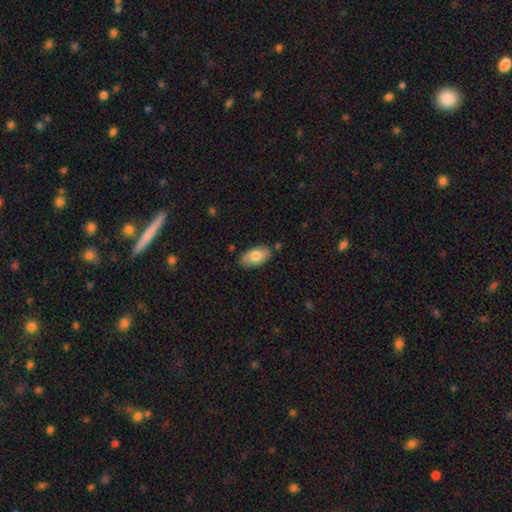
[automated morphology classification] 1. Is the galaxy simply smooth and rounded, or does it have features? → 77% smooth, 17% featured or disk, 6% star or artifact.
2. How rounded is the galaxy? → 94% in between, 4% round, 2% cigar-shaped.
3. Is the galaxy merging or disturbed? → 81% none, 14% minor disturbance, 3% major disturbance, 2% merger.